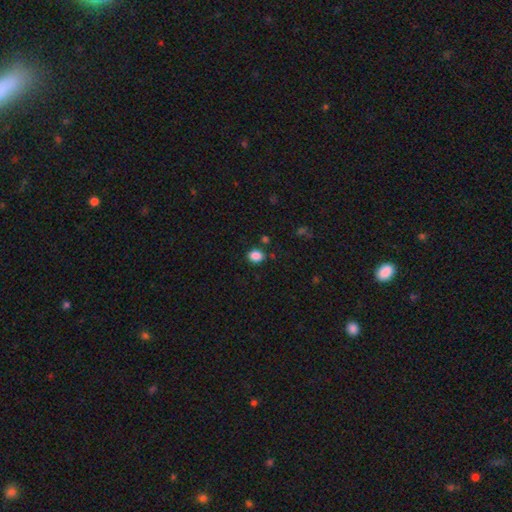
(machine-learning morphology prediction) Q: Smooth or featured?
A: smooth (87%); runner-up: star or artifact (10%)
Q: How rounded?
A: round (55%); runner-up: in between (44%)
Q: Merging?
A: none (83%); runner-up: minor disturbance (11%)